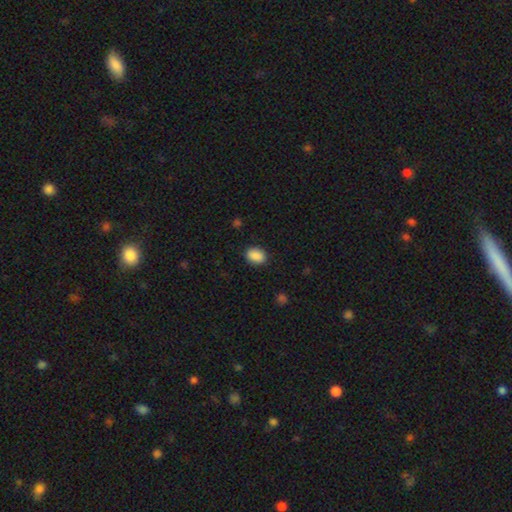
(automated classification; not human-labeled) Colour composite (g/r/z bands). It shows a smooth galaxy with no disk features (90%) that is in between round and cigar-shaped (72%). Merging: none (88%).